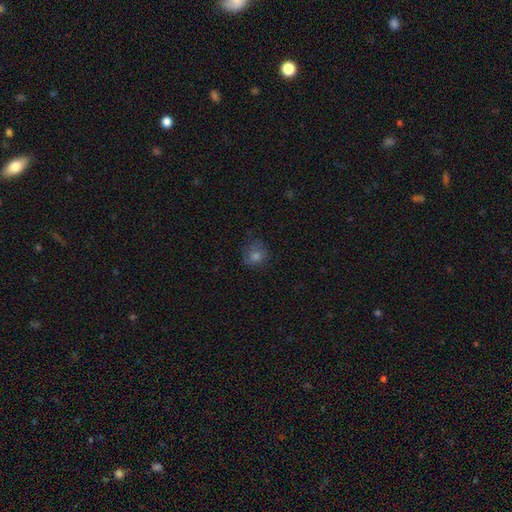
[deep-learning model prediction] Smooth or featured?
  - smooth: 68% *
  - featured or disk: 16%
  - star or artifact: 16%
How rounded?
  - round: 79% *
  - in between: 20%
  - cigar-shaped: 1%
Merging?
  - none: 67% *
  - minor disturbance: 22%
  - major disturbance: 10%
  - merger: 1%